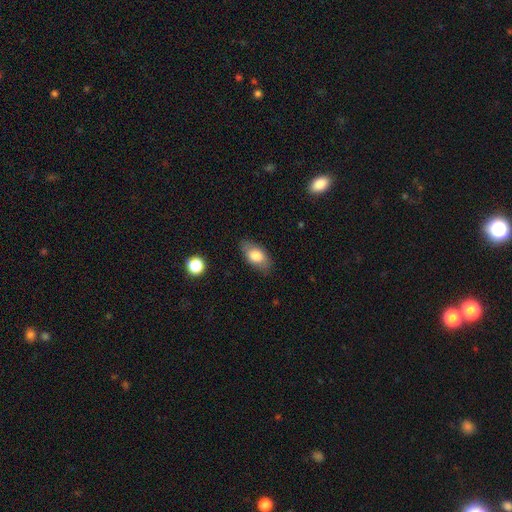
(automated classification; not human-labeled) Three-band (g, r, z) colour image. It shows a smooth galaxy with no disk features (77%) that is in between round and cigar-shaped (91%). Merging: none (80%).